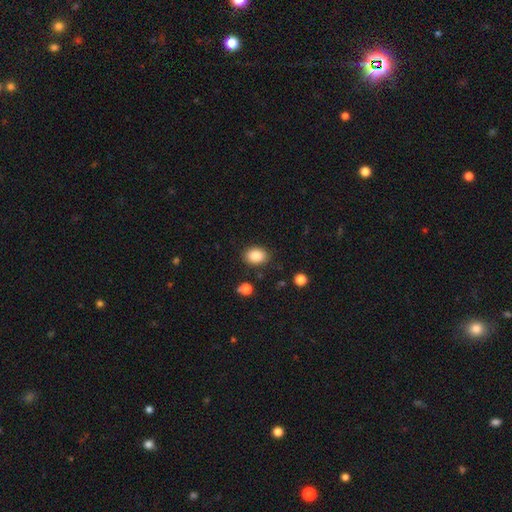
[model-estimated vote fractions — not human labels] This appears to be a smooth galaxy with no disk features (86%) that is in between round and cigar-shaped (69%). Merging: none (87%).